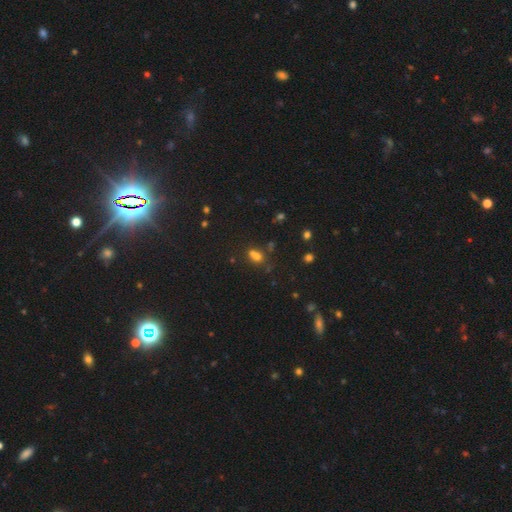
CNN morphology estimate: smooth-or-featured: smooth: 63% | star or artifact: 26% | featured or disk: 11%
  how-rounded: round: 50% | in between: 47% | cigar-shaped: 3%
  merging: none: 42% | merger: 41% | minor disturbance: 11% | major disturbance: 6%